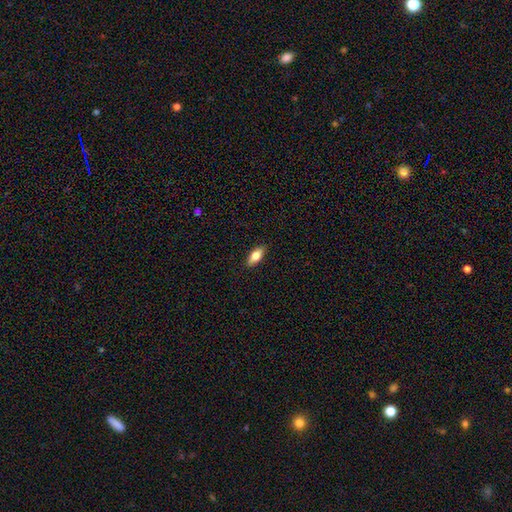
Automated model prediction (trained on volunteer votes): Smooth or featured?
  - smooth: 72% *
  - featured or disk: 22%
  - star or artifact: 7%
How rounded?
  - in between: 77% *
  - cigar-shaped: 20%
  - round: 3%
Merging?
  - none: 89% *
  - minor disturbance: 8%
  - major disturbance: 2%
  - merger: 1%